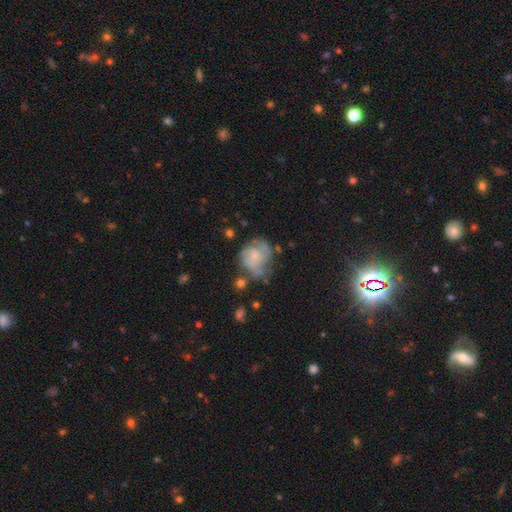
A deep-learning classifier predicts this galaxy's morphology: This appears to be a featured or disk galaxy (59%) with no bar (74%), spiral arms (77%) and a small central bulge (56%). Merging: none (49%).